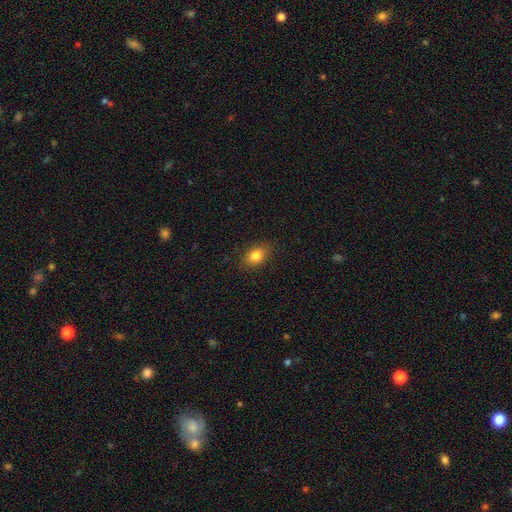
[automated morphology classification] Smooth or featured?
  - smooth: 83% *
  - star or artifact: 10%
  - featured or disk: 7%
How rounded?
  - in between: 68% *
  - round: 30%
  - cigar-shaped: 2%
Merging?
  - none: 87% *
  - minor disturbance: 10%
  - major disturbance: 2%
  - merger: 1%